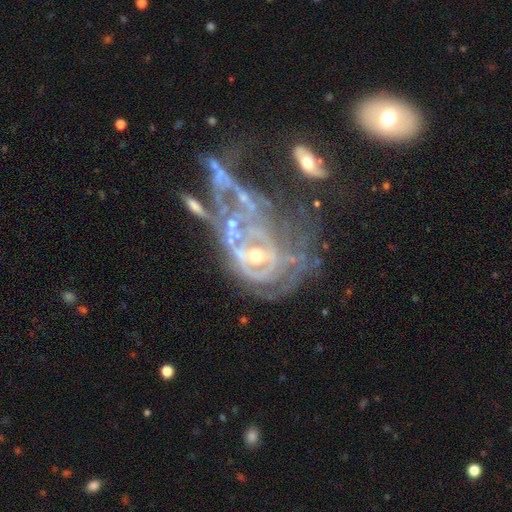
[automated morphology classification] This is likely a featured or disk galaxy (78%). It is clearly not viewed edge-on (96%). Bar: likely no (68%). Spiral arm pattern: possibly yes (60%). Central bulge: possibly small (47%). Merging: marginally major disturbance (45%).